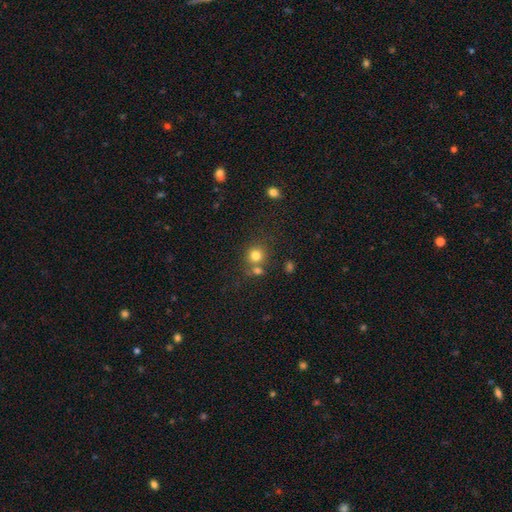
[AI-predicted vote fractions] Smooth or featured: smooth — 78% (star or artifact — 13%)
How rounded: round — 87% (in between — 12%)
Merging: none — 60% (merger — 27%)